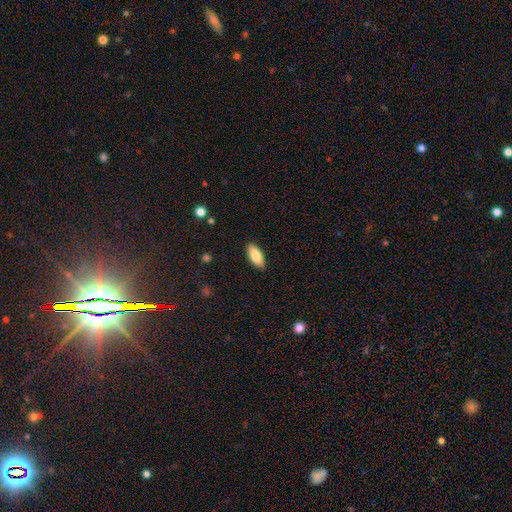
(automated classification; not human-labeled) Smooth or featured? Predicted: smooth (p=0.84). How rounded? Predicted: in between (p=0.87). Merging? Predicted: none (p=0.88).